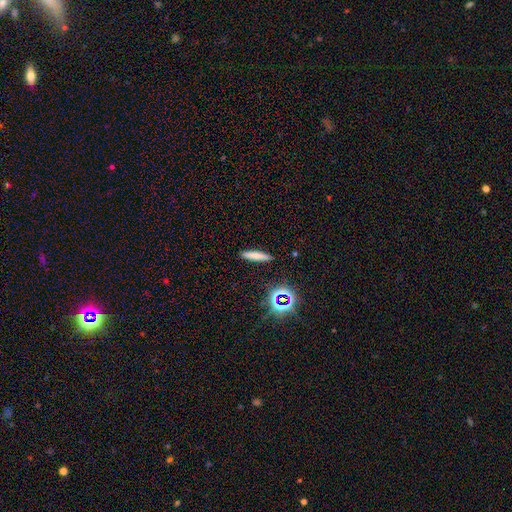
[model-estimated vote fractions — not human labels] smooth 74%, star or artifact 13%, featured or disk 13%. Down the decision tree: how rounded — cigar-shaped (89%); merging — none (90%).